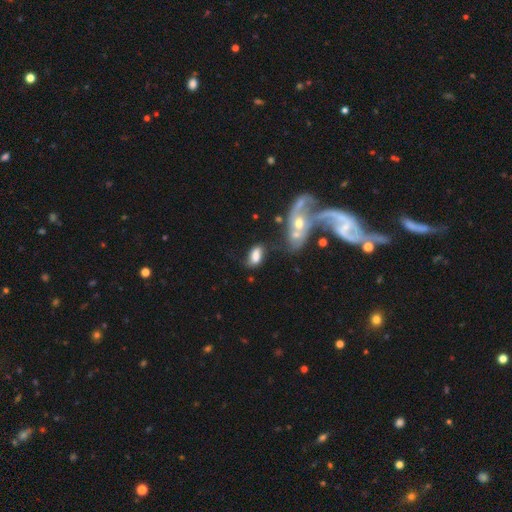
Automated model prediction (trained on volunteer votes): Smooth or featured: smooth — 70% (featured or disk — 20%)
How rounded: in between — 90% (round — 7%)
Merging: none — 46% (minor disturbance — 26%)